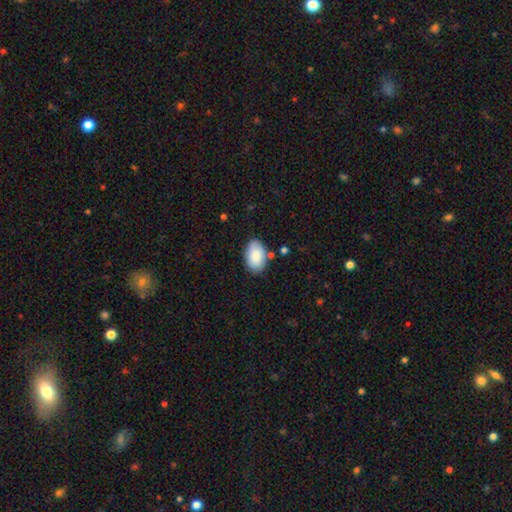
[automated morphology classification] This is clearly a smooth galaxy (86%). How rounded: clearly in between (92%). Merging: clearly none (81%).